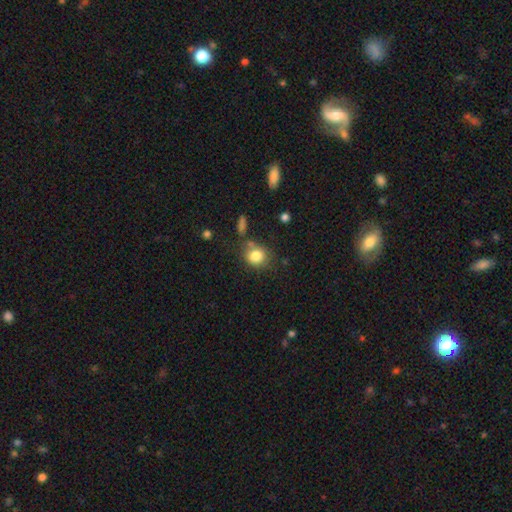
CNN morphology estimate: type=smooth (82%); roundness=round (67%); merging=none (60%).